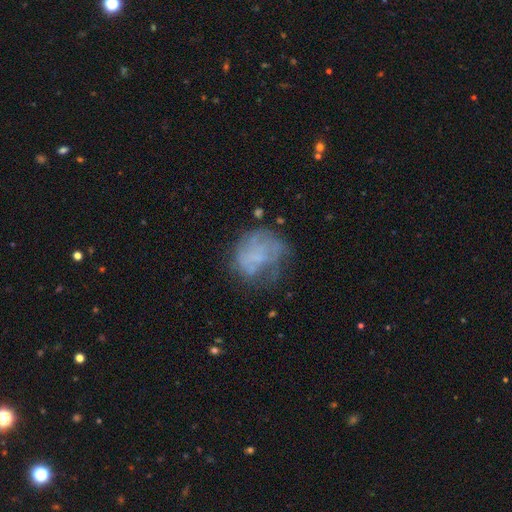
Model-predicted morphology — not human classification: This appears to be a featured or disk galaxy (47%). Merging: none (47%).